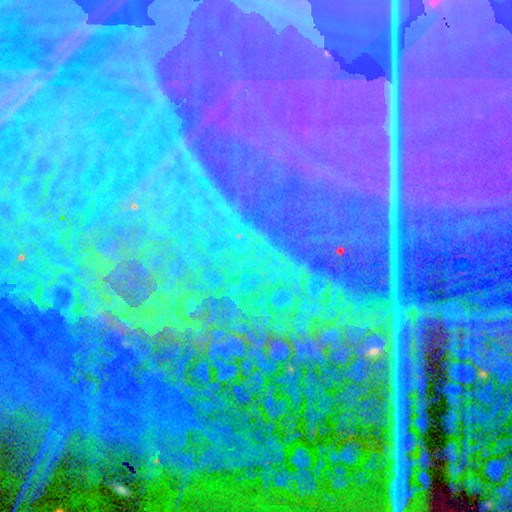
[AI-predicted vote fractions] This is clearly a star or artifact rather than a galaxy (87%).